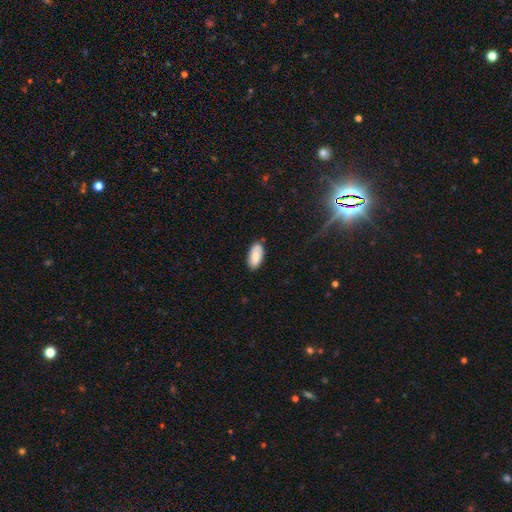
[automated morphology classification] This is clearly a smooth galaxy (81%). How rounded: clearly in between (94%). Merging: clearly none (82%).